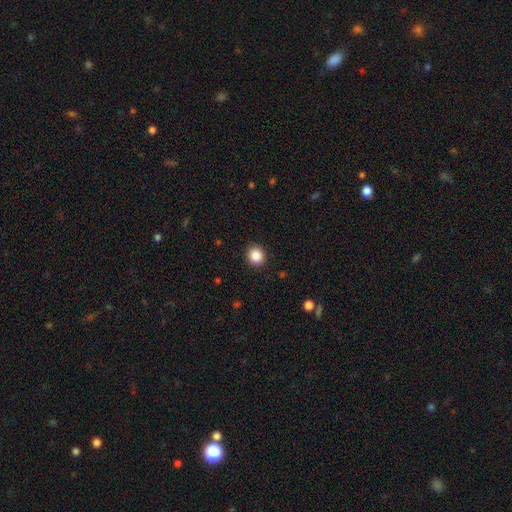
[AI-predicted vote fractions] smooth_or_featured: smooth (p=0.86) [alt: star or artifact p=0.10]
how_rounded: round (p=0.81) [alt: in between p=0.18]
merging: none (p=0.91) [alt: minor disturbance p=0.06]